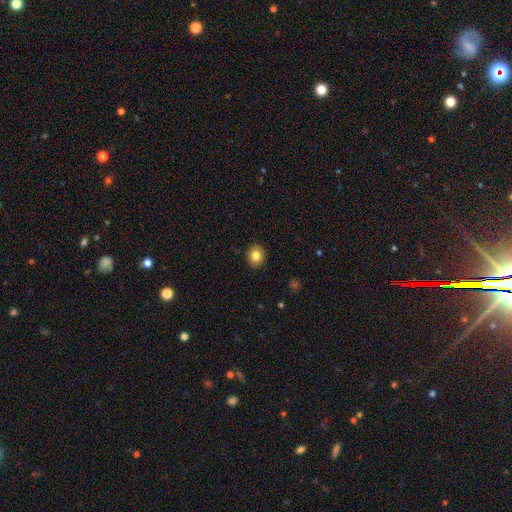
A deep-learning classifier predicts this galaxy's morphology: smooth-or-featured: smooth: 81% | star or artifact: 10% | featured or disk: 9%
  how-rounded: round: 65% | in between: 34% | cigar-shaped: 1%
  merging: none: 91% | minor disturbance: 7% | major disturbance: 2% | merger: 1%